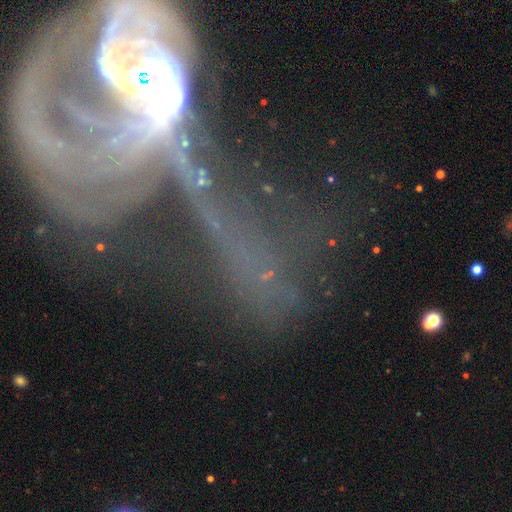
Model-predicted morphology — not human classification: Smooth or featured?
  - featured or disk: 64% *
  - star or artifact: 22%
  - smooth: 15%
Edge-on disk?
  - no: 86% *
  - yes: 14%
Bar?
  - no: 51% *
  - weak: 26%
  - strong: 22%
Spiral arms?
  - yes: 65% *
  - no: 35%
Bulge size?
  - small: 40% *
  - moderate: 36%
  - none: 13%
  - large: 7%
  - dominant: 4%
Merging?
  - major disturbance: 41% *
  - none: 24%
  - merger: 22%
  - minor disturbance: 13%